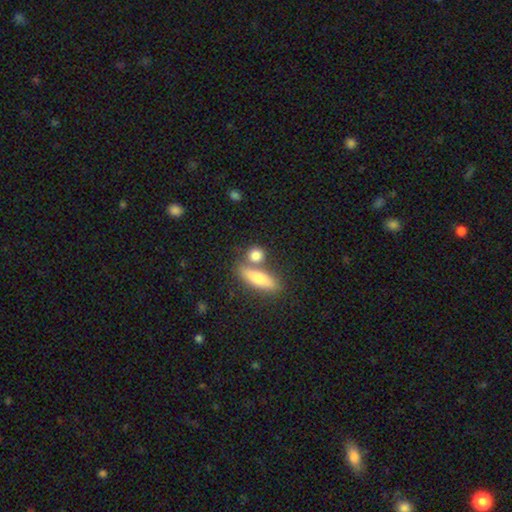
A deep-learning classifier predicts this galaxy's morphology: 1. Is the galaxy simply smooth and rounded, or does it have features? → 81% smooth, 11% featured or disk, 8% star or artifact.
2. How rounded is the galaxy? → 55% round, 29% in between, 16% cigar-shaped.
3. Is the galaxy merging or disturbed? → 60% none, 25% merger, 11% minor disturbance, 4% major disturbance.